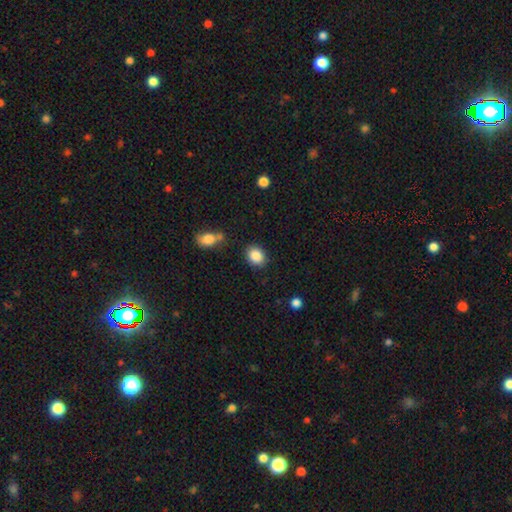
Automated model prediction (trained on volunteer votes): A smooth galaxy with no disk features (87%) that is in between round and cigar-shaped (52%).

Vote fractions:
- Smooth or featured? smooth: 87% / star or artifact: 8% / featured or disk: 5%
- How rounded? in between: 52% / round: 47% / cigar-shaped: 1%
- Merging? none: 85% / minor disturbance: 9% / merger: 3% / major disturbance: 3%